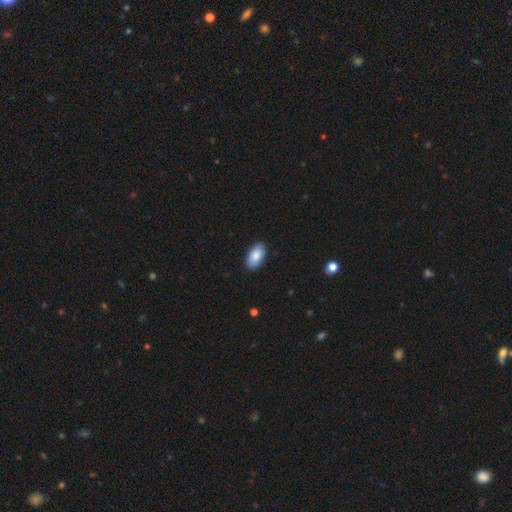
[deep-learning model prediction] smooth_or_featured: smooth (p=0.87) [alt: featured or disk p=0.07]
how_rounded: in between (p=0.95) [alt: round p=0.03]
merging: none (p=0.89) [alt: minor disturbance p=0.08]